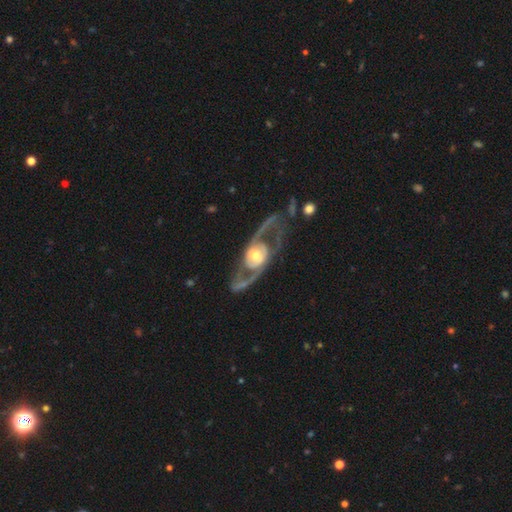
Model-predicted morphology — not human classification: type=featured or disk (87%); edge-on=no (92%); bar=no (67%); spiral arms=yes (84%); winding=loose (48%); arm count=2 (90%); bulge=moderate (64%); merging=none (59%).